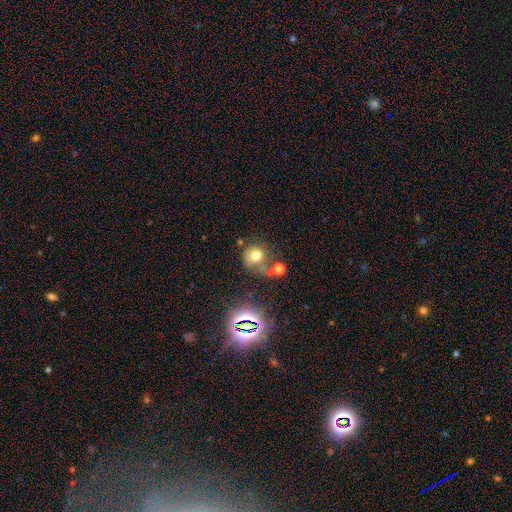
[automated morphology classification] type=smooth (62%); roundness=round (70%); merging=merger (30%).